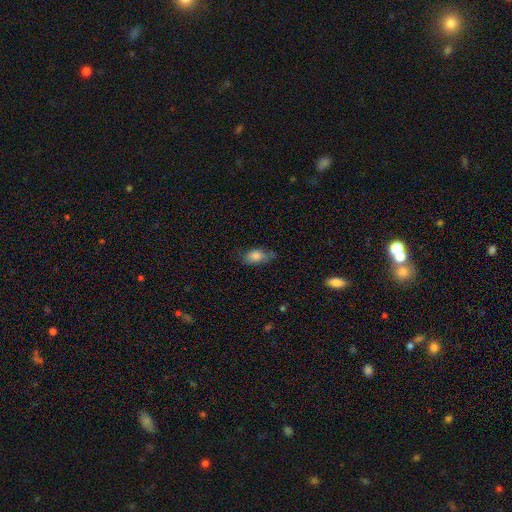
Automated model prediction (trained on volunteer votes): smooth_or_featured: smooth (p=0.80) [alt: featured or disk p=0.12]
how_rounded: in between (p=0.87) [alt: round p=0.07]
merging: none (p=0.58) [alt: minor disturbance p=0.30]